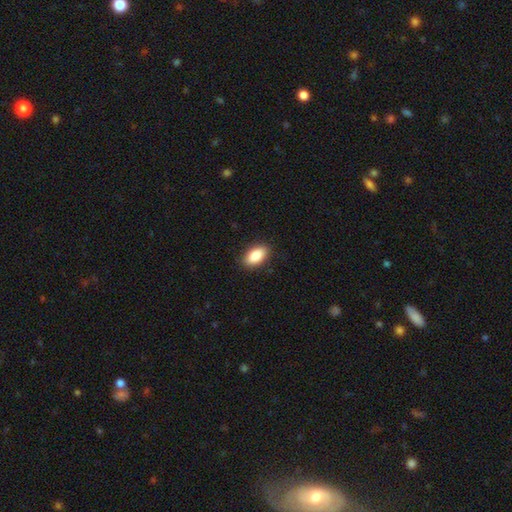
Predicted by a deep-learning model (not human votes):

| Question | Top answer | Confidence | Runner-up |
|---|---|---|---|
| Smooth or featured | smooth | 87% | star or artifact (7%) |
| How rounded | in between | 92% | round (5%) |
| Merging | none | 88% | minor disturbance (9%) |